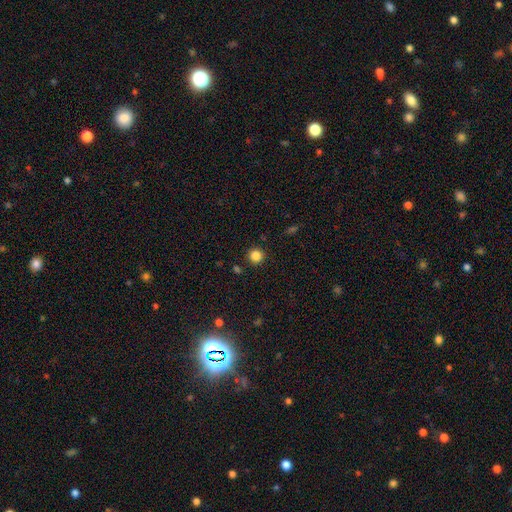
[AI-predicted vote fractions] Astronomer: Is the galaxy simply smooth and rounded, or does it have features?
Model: smooth — 85%.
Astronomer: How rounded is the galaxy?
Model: round — 95%.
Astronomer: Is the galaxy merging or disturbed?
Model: none — 90%.